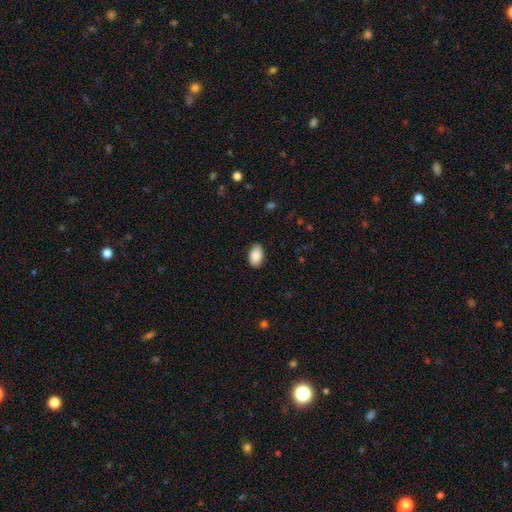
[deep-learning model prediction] Smooth or featured?
  - smooth: 90% *
  - star or artifact: 6%
  - featured or disk: 4%
How rounded?
  - in between: 93% *
  - round: 6%
  - cigar-shaped: 1%
Merging?
  - none: 88% *
  - minor disturbance: 9%
  - major disturbance: 2%
  - merger: 1%